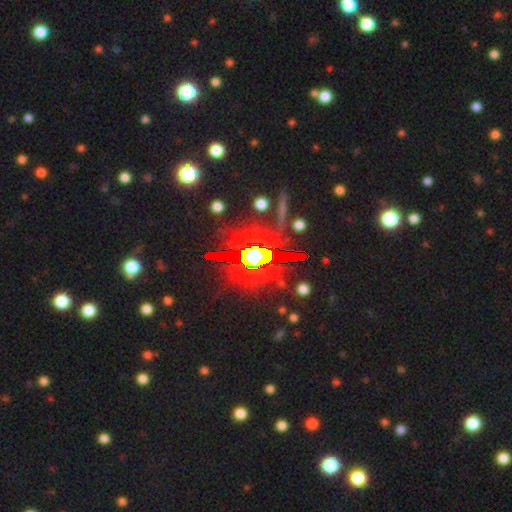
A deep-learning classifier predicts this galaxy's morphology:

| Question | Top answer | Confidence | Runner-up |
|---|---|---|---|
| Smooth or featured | star or artifact | 69% | smooth (16%) |